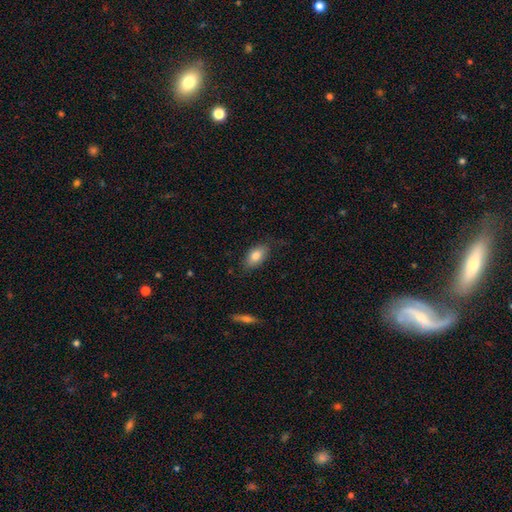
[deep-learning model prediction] Morphology: type=smooth (81%); roundness=in between (90%); merging=none (77%).